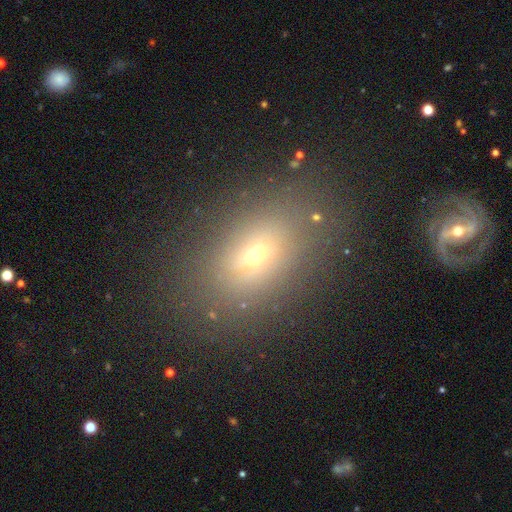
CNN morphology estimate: A smooth galaxy with no disk features (62%) that is in between round and cigar-shaped (70%).

Vote fractions:
- Smooth or featured? smooth: 62% / star or artifact: 22% / featured or disk: 16%
- How rounded? in between: 70% / round: 27% / cigar-shaped: 3%
- Merging? none: 81% / minor disturbance: 11% / major disturbance: 6% / merger: 3%